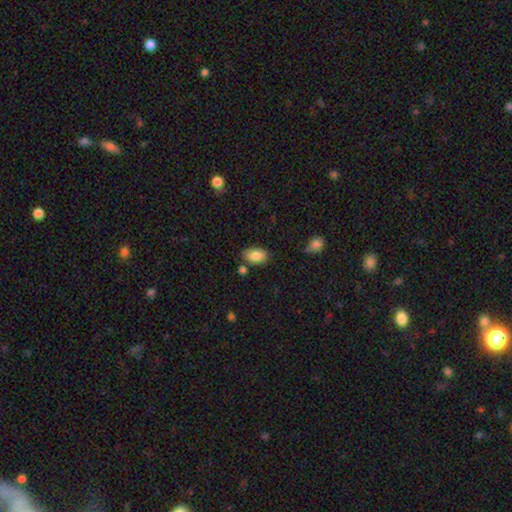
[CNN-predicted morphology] This appears to be a smooth galaxy with no disk features (86%) that is in between round and cigar-shaped (90%). Merging: none (77%).